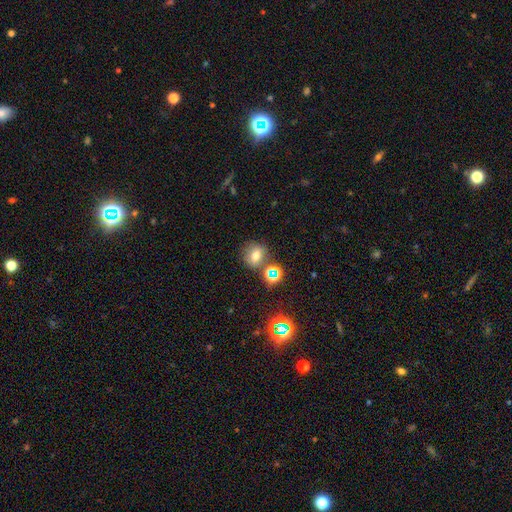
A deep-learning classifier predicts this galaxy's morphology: Smooth or featured? smooth (64%)
How rounded? round (67%)
Merging? none (69%)